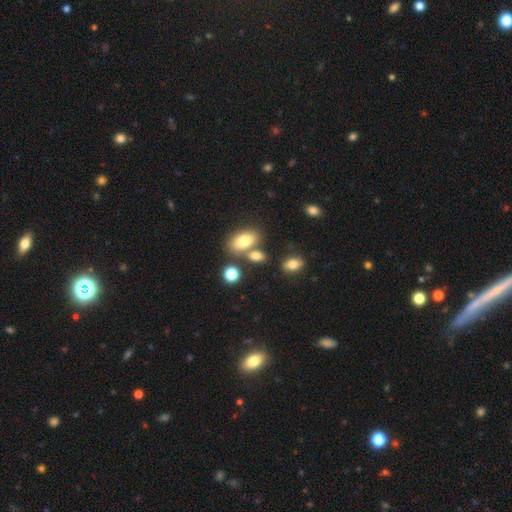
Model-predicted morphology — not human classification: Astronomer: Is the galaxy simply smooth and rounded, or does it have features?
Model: smooth — 76%.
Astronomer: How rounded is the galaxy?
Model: in between — 82%.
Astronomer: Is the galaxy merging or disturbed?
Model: none — 56%.